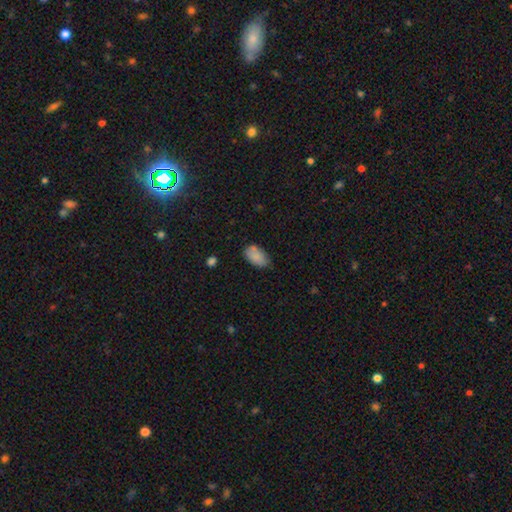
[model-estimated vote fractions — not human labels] smooth-or-featured: smooth: 85% | star or artifact: 8% | featured or disk: 7%
  how-rounded: in between: 93% | round: 5% | cigar-shaped: 2%
  merging: none: 69% | minor disturbance: 22% | merger: 5% | major disturbance: 4%